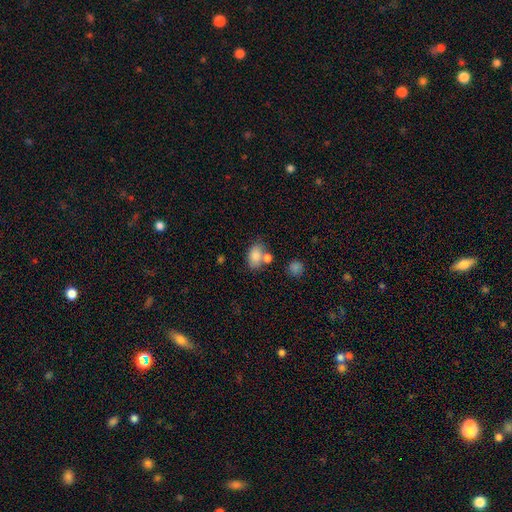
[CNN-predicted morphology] This appears to be a smooth galaxy with no disk features (83%) that is in between round and cigar-shaped (84%). Merging: none (55%).